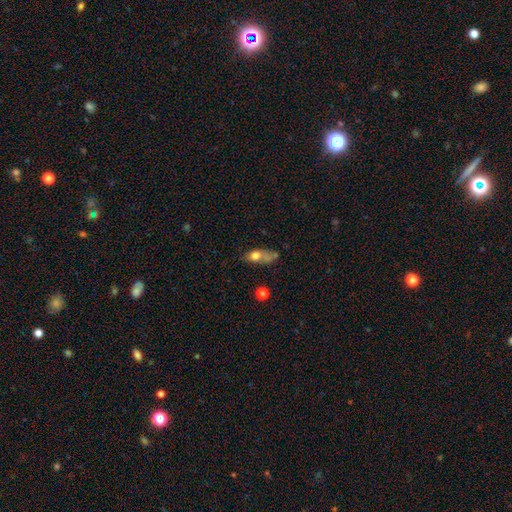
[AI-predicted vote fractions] Q: Smooth or featured?
A: smooth (68%); runner-up: featured or disk (21%)
Q: How rounded?
A: in between (68%); runner-up: cigar-shaped (18%)
Q: Merging?
A: none (32%); runner-up: minor disturbance (28%)